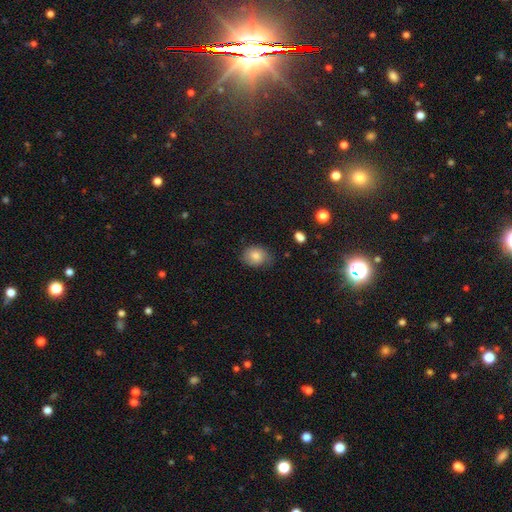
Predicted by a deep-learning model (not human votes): This appears to be a smooth galaxy with no disk features (81%) that is in between round and cigar-shaped (53%). Merging: none (67%).